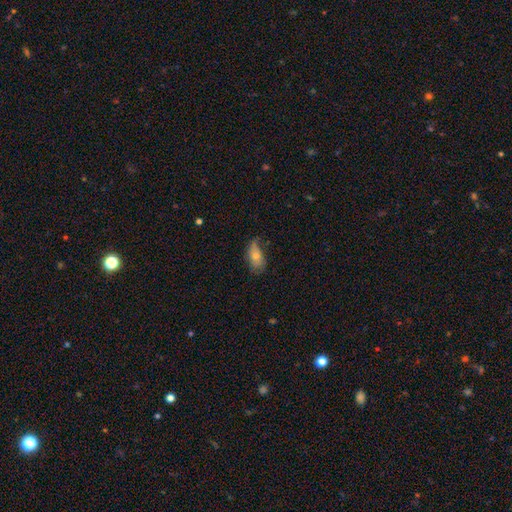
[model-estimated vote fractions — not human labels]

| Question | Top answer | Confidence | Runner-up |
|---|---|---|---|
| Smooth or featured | smooth | 63% | featured or disk (29%) |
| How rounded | in between | 90% | round (5%) |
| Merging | none | 48% | minor disturbance (35%) |